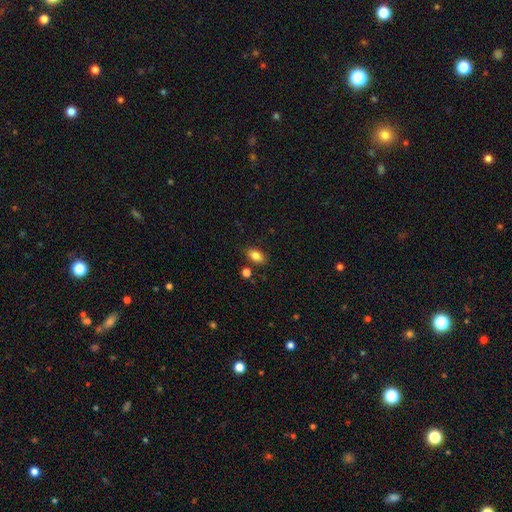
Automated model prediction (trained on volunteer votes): This is clearly a smooth galaxy (84%). How rounded: clearly in between (90%). Merging: clearly none (81%).